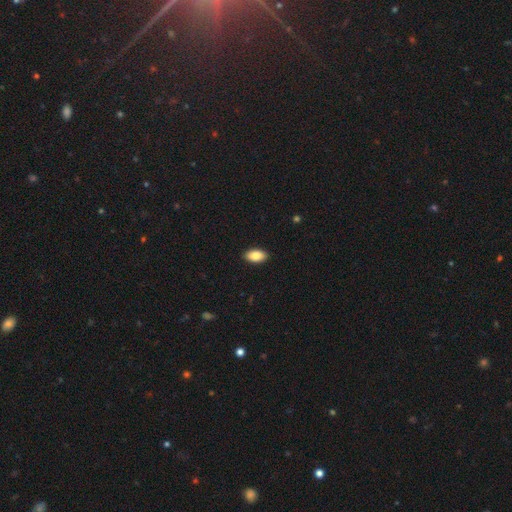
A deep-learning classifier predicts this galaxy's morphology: This is clearly a smooth galaxy (87%). How rounded: clearly in between (94%). Merging: clearly none (90%).